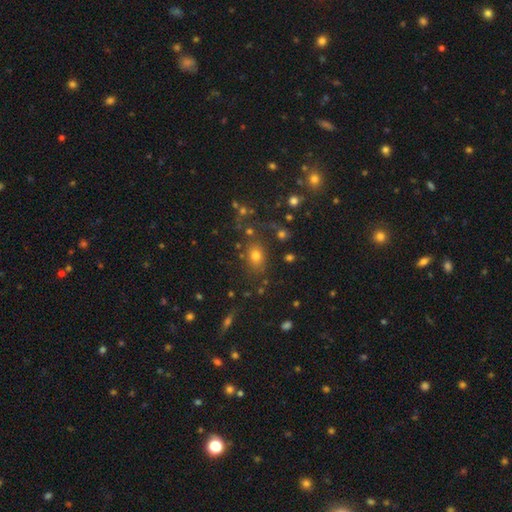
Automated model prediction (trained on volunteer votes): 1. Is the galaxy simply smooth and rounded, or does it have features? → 67% smooth, 22% star or artifact, 12% featured or disk.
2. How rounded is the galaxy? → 58% in between, 40% round, 2% cigar-shaped.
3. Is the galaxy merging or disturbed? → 73% none, 13% minor disturbance, 7% major disturbance, 7% merger.